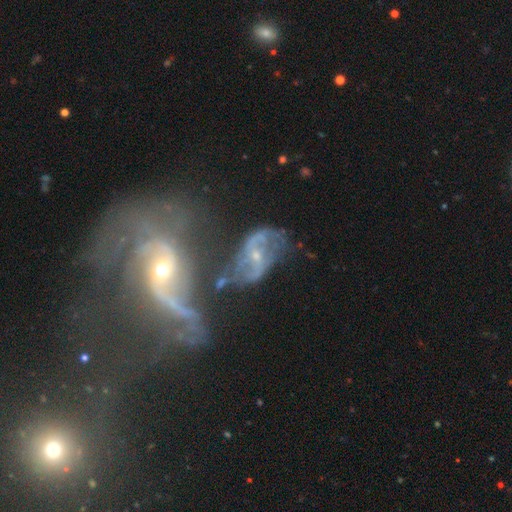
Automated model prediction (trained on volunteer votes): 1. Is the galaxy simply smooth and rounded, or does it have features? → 82% featured or disk, 10% smooth, 8% star or artifact.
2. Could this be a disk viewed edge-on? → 96% no, 4% yes.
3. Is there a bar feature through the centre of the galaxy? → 44% weak, 35% no, 21% strong.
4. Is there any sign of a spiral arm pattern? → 89% yes, 11% no.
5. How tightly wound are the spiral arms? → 56% loose, 33% medium, 11% tight.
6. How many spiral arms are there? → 83% 2, 8% can't tell, 3% 1, 3% 3, 2% 4, 2% more than 4.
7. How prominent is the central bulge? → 68% small, 27% moderate, 3% none, 1% large, 1% dominant.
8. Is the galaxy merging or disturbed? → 40% merger, 26% none, 19% major disturbance, 15% minor disturbance.